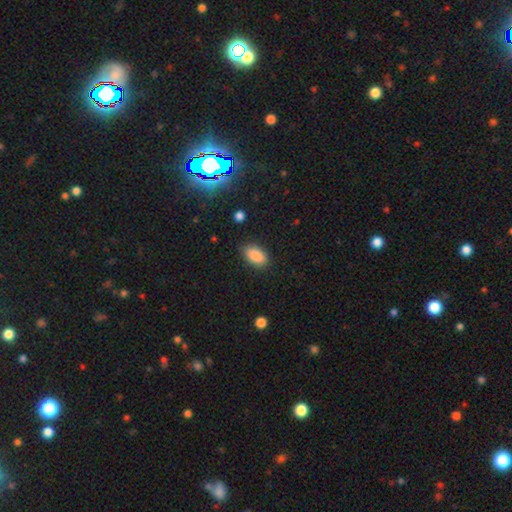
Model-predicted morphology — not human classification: Smooth or featured: smooth — 89% (star or artifact — 7%)
How rounded: in between — 92% (round — 6%)
Merging: none — 84% (minor disturbance — 12%)